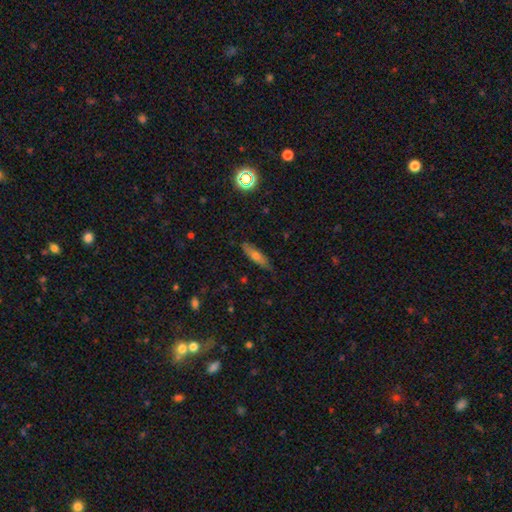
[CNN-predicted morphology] A smooth galaxy with no disk features (57%) that is cigar-shaped (66%).

Vote fractions:
- Smooth or featured? smooth: 57% / featured or disk: 32% / star or artifact: 11%
- How rounded? cigar-shaped: 66% / in between: 31% / round: 3%
- Merging? none: 81% / minor disturbance: 15% / major disturbance: 3% / merger: 1%